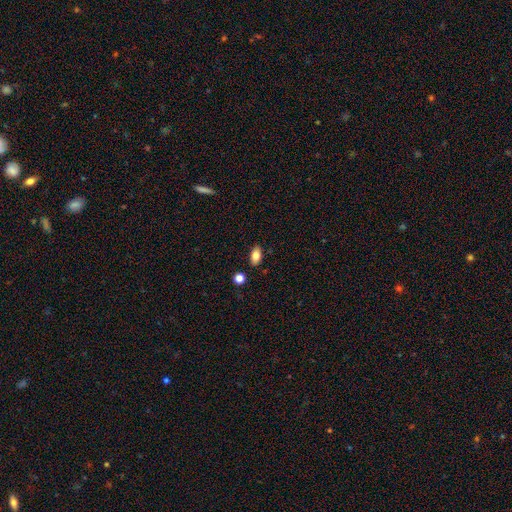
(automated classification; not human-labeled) smooth 80%, featured or disk 12%, star or artifact 8%. Down the decision tree: how rounded — in between (90%); merging — none (85%).